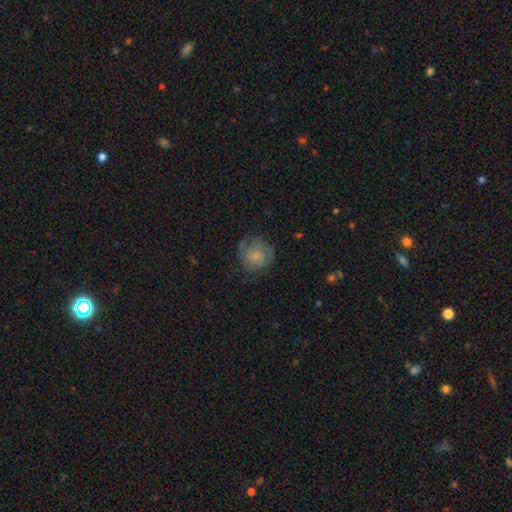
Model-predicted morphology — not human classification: Q: Smooth or featured?
A: featured or disk (46%); runner-up: smooth (45%)
Q: Merging?
A: none (69%); runner-up: minor disturbance (20%)